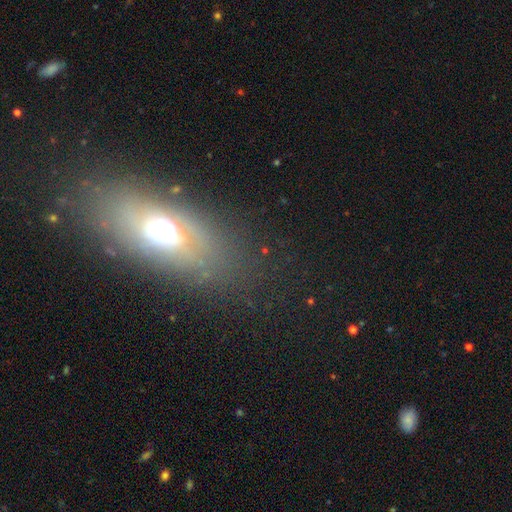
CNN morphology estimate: type=smooth (44%); merging=none (81%).